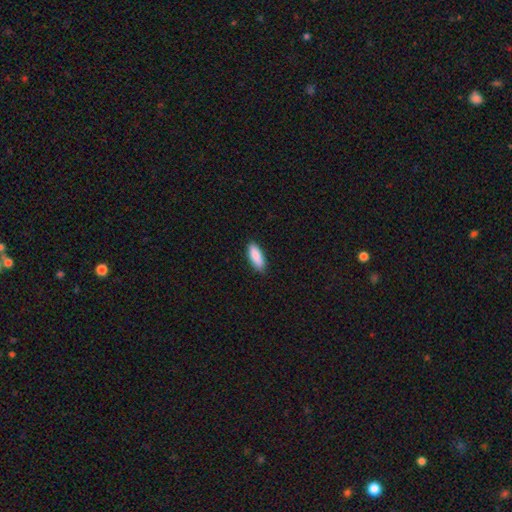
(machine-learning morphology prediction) Q: Smooth or featured?
A: smooth (89%); runner-up: star or artifact (6%)
Q: How rounded?
A: in between (71%); runner-up: cigar-shaped (28%)
Q: Merging?
A: none (87%); runner-up: minor disturbance (11%)